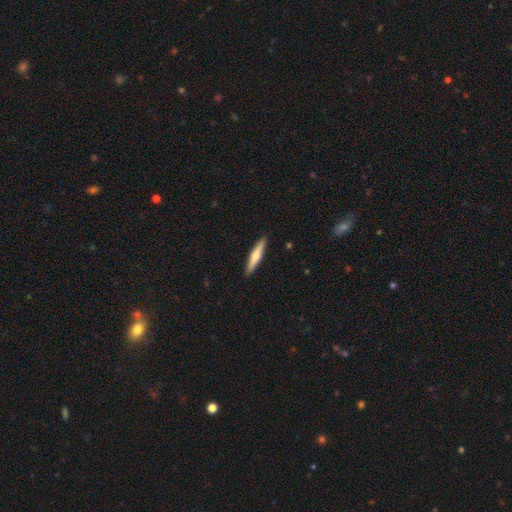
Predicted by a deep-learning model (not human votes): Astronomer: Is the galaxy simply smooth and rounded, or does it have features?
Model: smooth — 51% (runner-up: featured or disk, 44%).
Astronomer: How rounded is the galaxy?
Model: cigar-shaped — 90%.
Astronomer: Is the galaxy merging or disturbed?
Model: none — 91%.